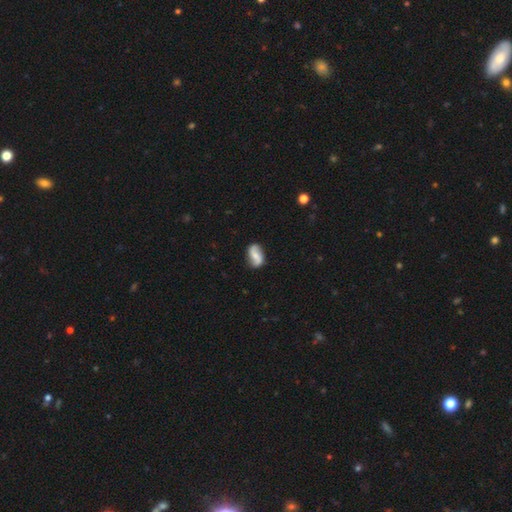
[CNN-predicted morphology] Smooth or featured? Predicted: featured or disk (p=0.63). Edge-on disk? Predicted: no (p=0.97). Bar? Predicted: no (p=0.41). Spiral arms? Predicted: yes (p=0.91). Spiral winding? Predicted: loose (p=0.70). Spiral arm count? Predicted: 2 (p=0.91). Bulge size? Predicted: small (p=0.42). Merging? Predicted: none (p=0.80).